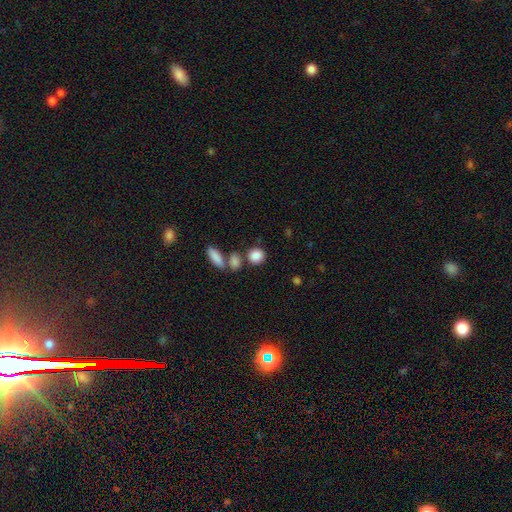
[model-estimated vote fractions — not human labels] Q: Smooth or featured?
A: smooth (86%); runner-up: star or artifact (8%)
Q: How rounded?
A: round (73%); runner-up: in between (24%)
Q: Merging?
A: none (67%); runner-up: merger (18%)